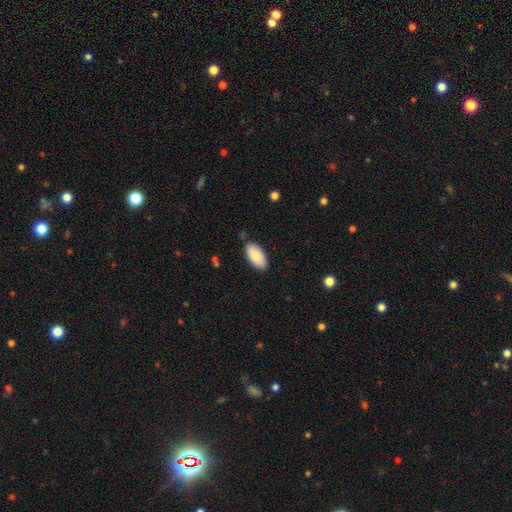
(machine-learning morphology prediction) Smooth or featured? smooth (87%)
How rounded? in between (94%)
Merging? none (83%)